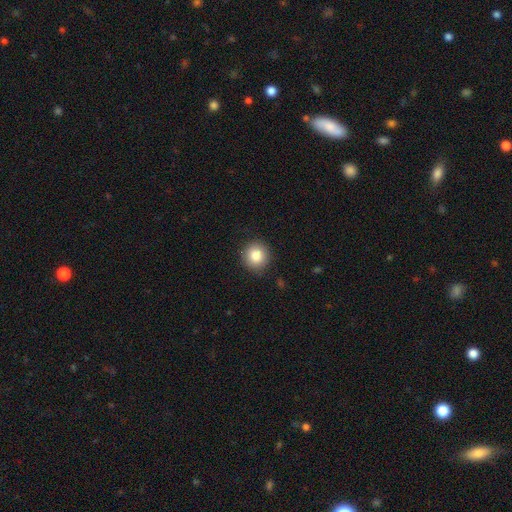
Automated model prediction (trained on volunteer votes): A smooth galaxy with no disk features (84%) that is round (92%).

Vote fractions:
- Smooth or featured? smooth: 84% / star or artifact: 9% / featured or disk: 7%
- How rounded? round: 92% / in between: 7% / cigar-shaped: 1%
- Merging? none: 90% / minor disturbance: 7% / major disturbance: 2% / merger: 1%